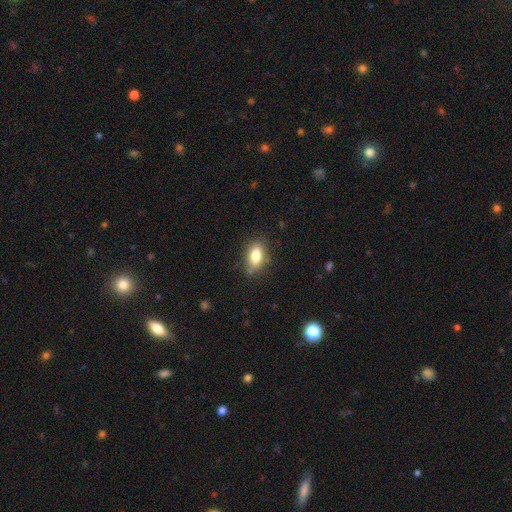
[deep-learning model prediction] Overall: smooth (80%). How rounded: in between (87%). Merging: none (76%).